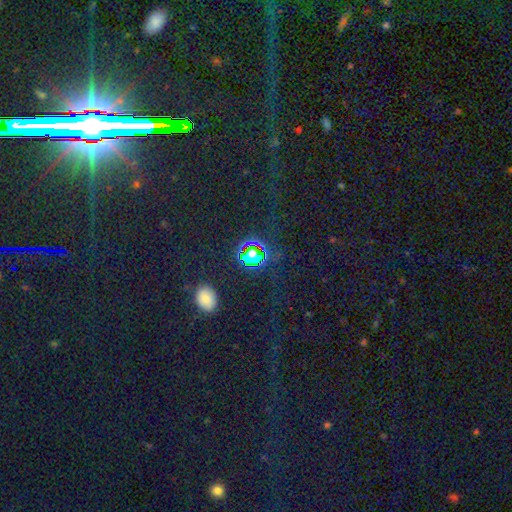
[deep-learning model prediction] Smooth or featured? star or artifact (64%)